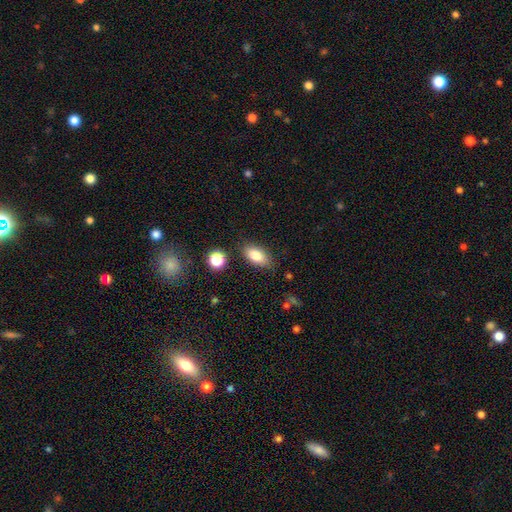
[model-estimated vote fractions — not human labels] The model was most divided on "merging": none: 82%, minor disturbance: 12%, major disturbance: 3%, merger: 3%. More confident: how rounded — in between (89%); smooth or featured — smooth (83%).